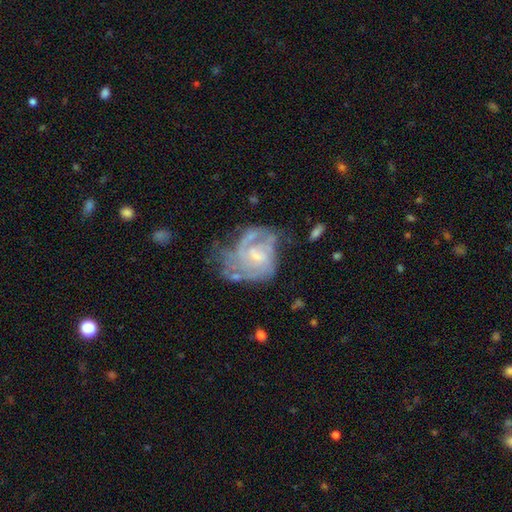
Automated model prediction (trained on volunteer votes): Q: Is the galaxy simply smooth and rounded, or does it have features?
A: featured or disk — 82%.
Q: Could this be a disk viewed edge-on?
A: no — 98%.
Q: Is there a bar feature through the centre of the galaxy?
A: weak — 46%, tied with no.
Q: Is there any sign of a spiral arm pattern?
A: yes — 89%.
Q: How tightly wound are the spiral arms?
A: tight — 48%.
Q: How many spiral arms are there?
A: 2 — 32%, tied with can't tell.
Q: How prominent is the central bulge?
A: small — 60%.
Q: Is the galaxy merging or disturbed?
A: none — 42%.